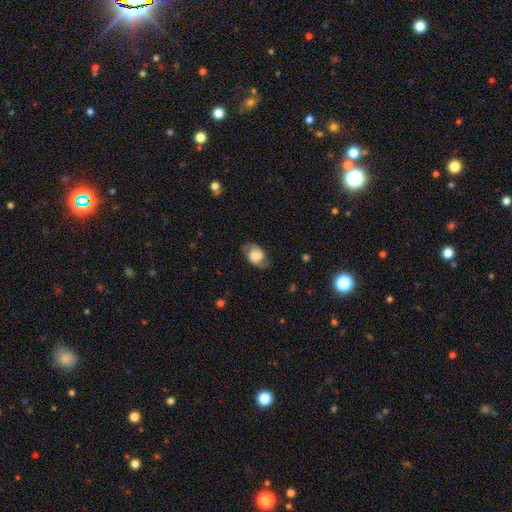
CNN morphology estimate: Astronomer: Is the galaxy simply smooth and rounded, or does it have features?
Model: smooth — 57% (runner-up: featured or disk, 35%).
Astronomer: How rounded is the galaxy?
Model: in between — 78%.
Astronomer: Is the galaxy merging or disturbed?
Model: none — 71%.